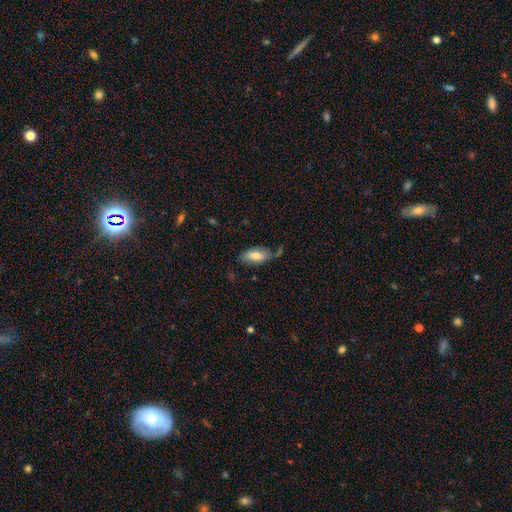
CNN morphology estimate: A smooth galaxy with no disk features (74%) that is in between round and cigar-shaped (88%).

Vote fractions:
- Smooth or featured? smooth: 74% / featured or disk: 20% / star or artifact: 7%
- How rounded? in between: 88% / cigar-shaped: 10% / round: 2%
- Merging? none: 62% / minor disturbance: 24% / major disturbance: 7% / merger: 7%